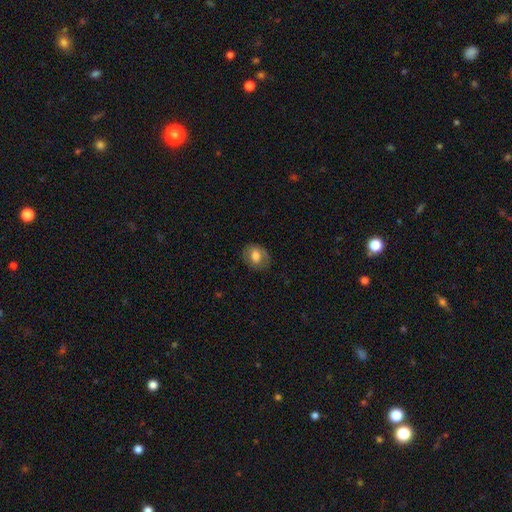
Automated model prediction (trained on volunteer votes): This is likely a smooth galaxy (67%). How rounded: possibly in between (53%). Merging: likely none (78%).